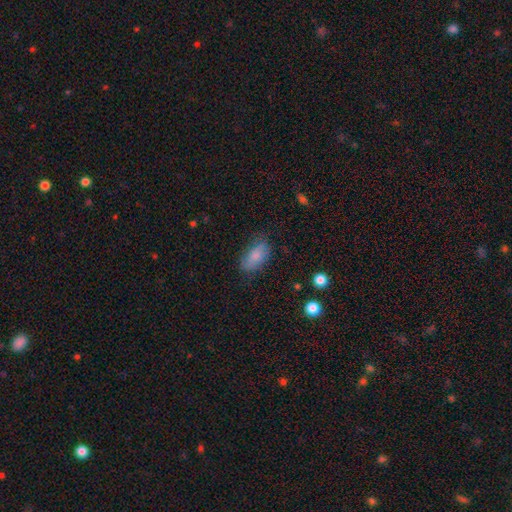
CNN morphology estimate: type=smooth (80%); roundness=in between (90%); merging=none (69%).